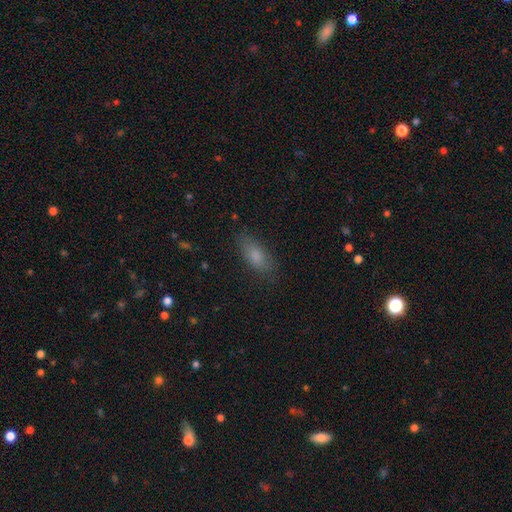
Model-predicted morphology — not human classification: The model was most divided on "how rounded": in between: 77%, cigar-shaped: 20%, round: 3%. More confident: merging — none (80%); smooth or featured — smooth (80%).